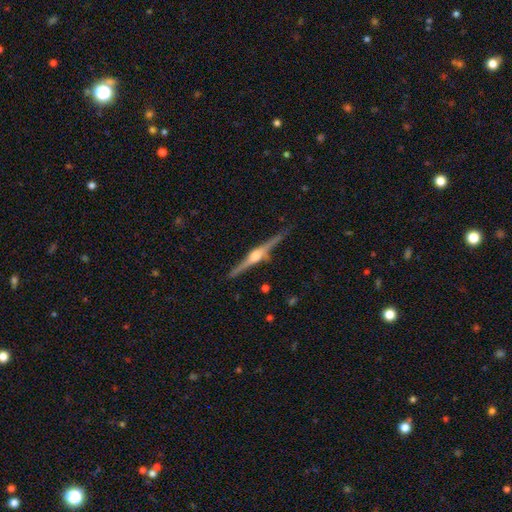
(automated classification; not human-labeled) The model was most divided on "merging": none: 86%, minor disturbance: 10%, major disturbance: 2%, merger: 2%. More confident: edge-on disk — yes (98%); edge-on bulge — rounded (91%); smooth or featured — featured or disk (87%).